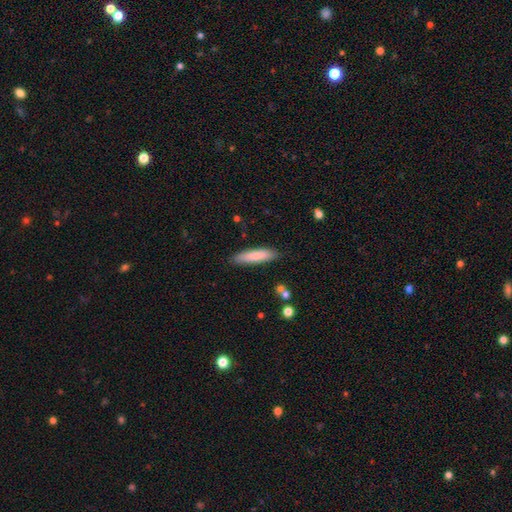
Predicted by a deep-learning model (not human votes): Smooth or featured?
  - smooth: 81% *
  - featured or disk: 13%
  - star or artifact: 6%
How rounded?
  - cigar-shaped: 77% *
  - in between: 22%
  - round: 1%
Merging?
  - none: 86% *
  - minor disturbance: 10%
  - major disturbance: 2%
  - merger: 2%